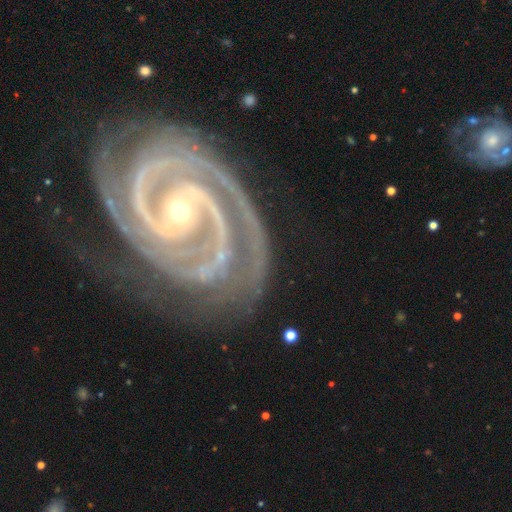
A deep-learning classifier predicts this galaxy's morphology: A featured or disk galaxy (93%) with no bar (47%), 2 (60%) tight (70%) spiral arms (99%) and a small central bulge (67%).

Vote fractions:
- Smooth or featured? featured or disk: 93% / star or artifact: 5% / smooth: 2%
- Edge-on disk? no: 98% / yes: 2%
- Bar? no: 47% / strong: 27% / weak: 26%
- Spiral arms? yes: 99% / no: 1%
- Spiral winding? tight: 70% / medium: 26% / loose: 4%
- Spiral arm count? 2: 60% / 3: 19% / can't tell: 6% / 4: 6% / 1: 4% / more than 4: 4%
- Bulge size? small: 67% / moderate: 30% / large: 1% / none: 1% / dominant: 1%
- Merging? none: 68% / minor disturbance: 19% / major disturbance: 10% / merger: 3%